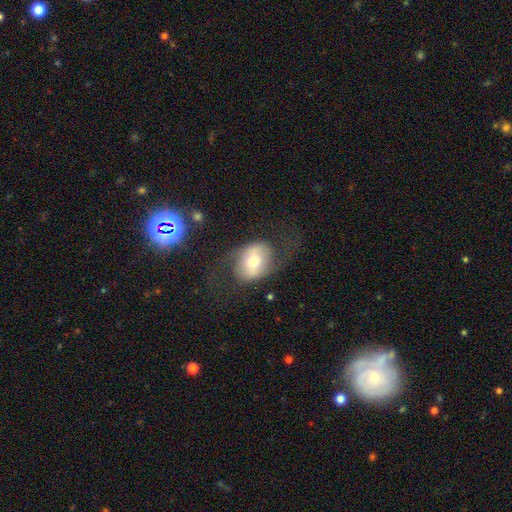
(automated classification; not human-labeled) Overall: featured or disk (57%; smooth 29%). Edge-on disk: no (94%). Bar: no (55%; weak 32%). Spiral arms: yes (75%). Bulge size: moderate (58%; small 26%). Merging: none (60%).